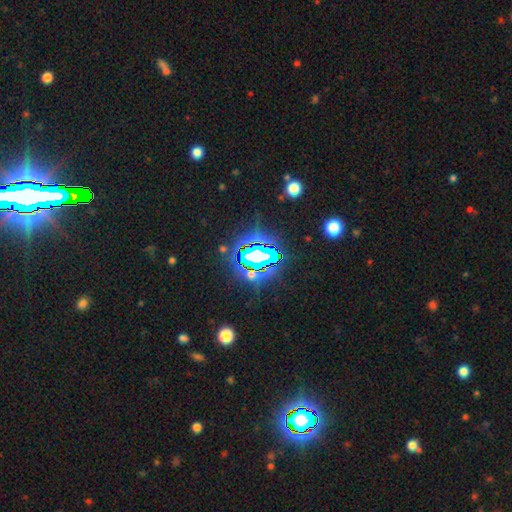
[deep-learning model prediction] Morphology: type=star or artifact (77%).